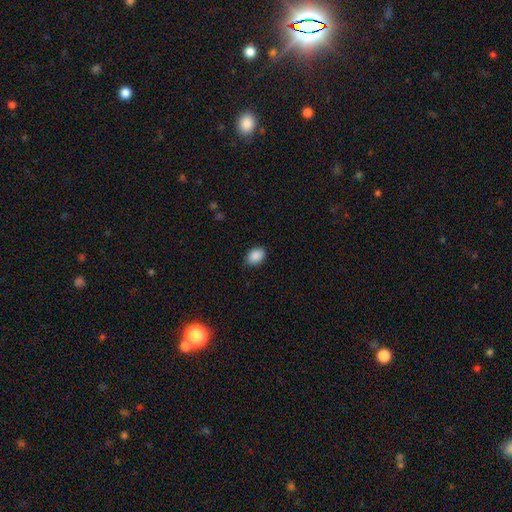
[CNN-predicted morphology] Smooth or featured? Predicted: smooth (p=0.89). How rounded? Predicted: in between (p=0.79). Merging? Predicted: none (p=0.82).